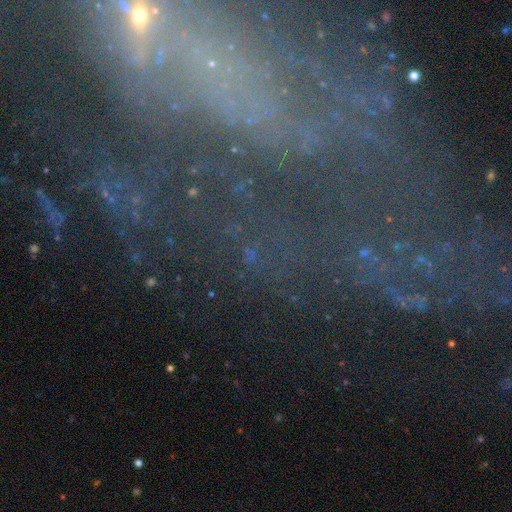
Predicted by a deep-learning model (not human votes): This is possibly a featured or disk galaxy (46%). Merging: likely none (62%).